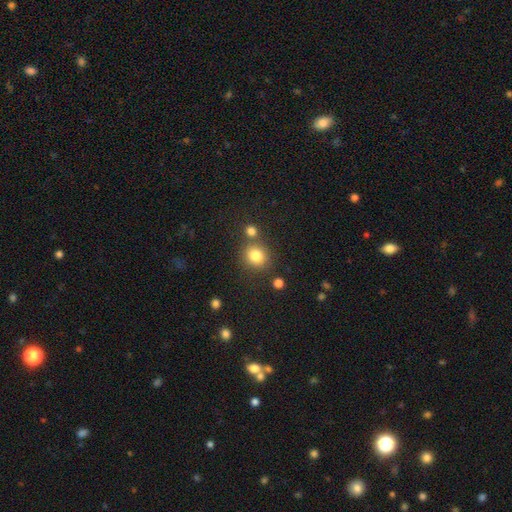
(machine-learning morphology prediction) smooth-or-featured: smooth: 82% | star or artifact: 12% | featured or disk: 6%
  how-rounded: round: 83% | in between: 17% | cigar-shaped: 1%
  merging: none: 71% | merger: 15% | minor disturbance: 10% | major disturbance: 4%